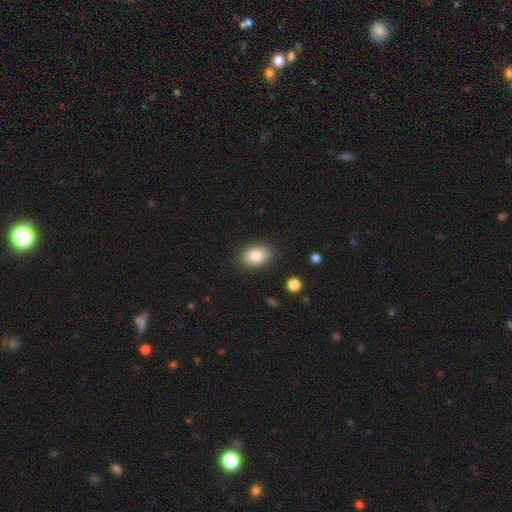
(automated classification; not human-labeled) Smooth or featured? Predicted: smooth (p=0.84). How rounded? Predicted: in between (p=0.84). Merging? Predicted: none (p=0.88).